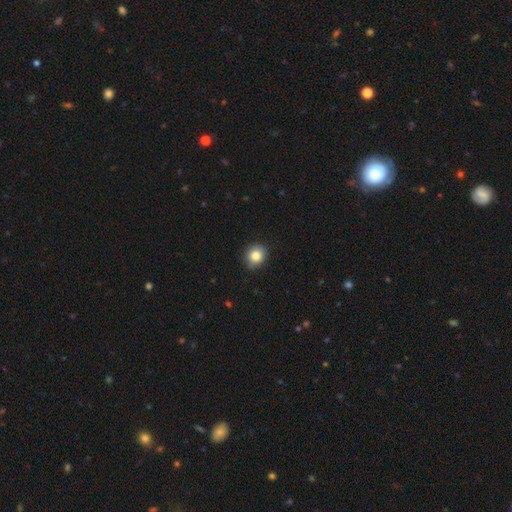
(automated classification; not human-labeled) smooth 83%, star or artifact 10%, featured or disk 7%. Down the decision tree: how rounded — round (78%); merging — none (87%).